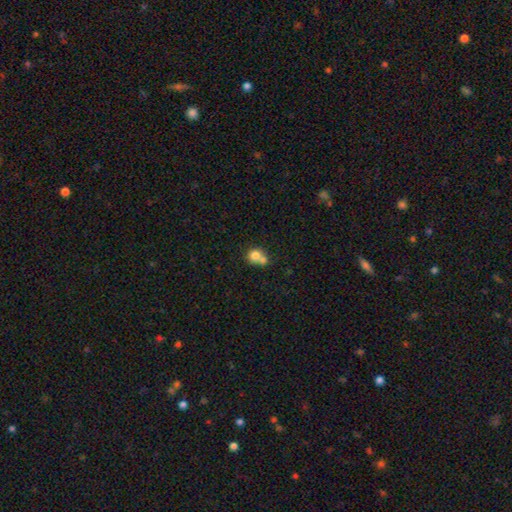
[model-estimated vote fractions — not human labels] A smooth galaxy with no disk features (77%) that is round (79%). Merging: merger (57%).